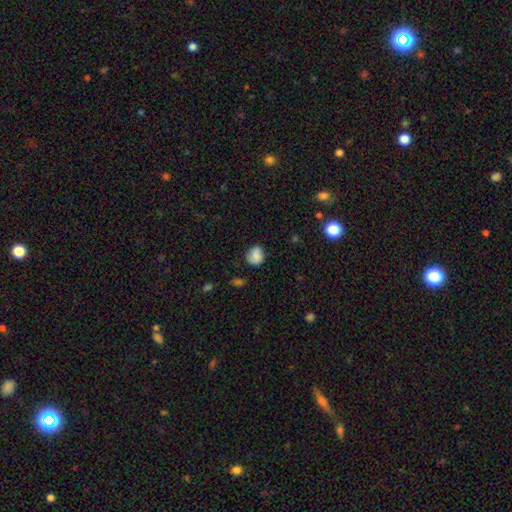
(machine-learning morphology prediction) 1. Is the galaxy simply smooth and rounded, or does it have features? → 83% smooth, 9% star or artifact, 8% featured or disk.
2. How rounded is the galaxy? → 66% round, 33% in between, 1% cigar-shaped.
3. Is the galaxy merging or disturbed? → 72% none, 23% minor disturbance, 4% major disturbance, 2% merger.